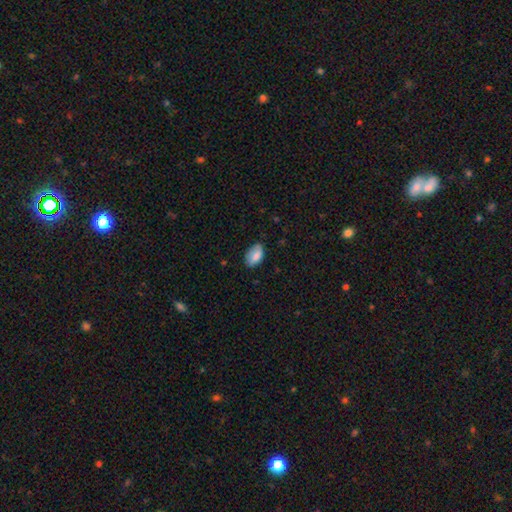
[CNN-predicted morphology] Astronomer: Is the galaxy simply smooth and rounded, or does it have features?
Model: smooth — 83%.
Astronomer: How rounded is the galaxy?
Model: in between — 93%.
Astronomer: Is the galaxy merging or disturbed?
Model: none — 72%.